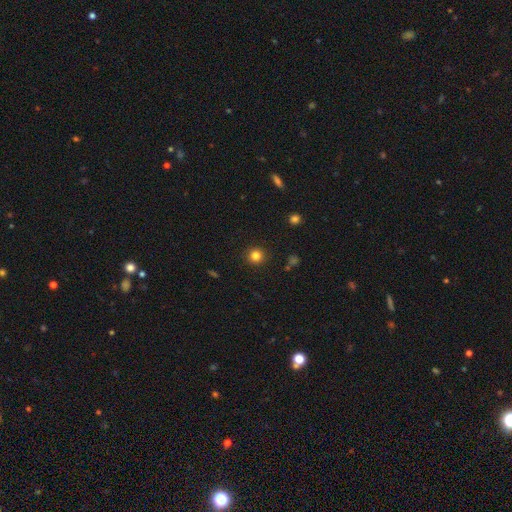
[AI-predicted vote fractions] Smooth or featured: smooth — 82% (star or artifact — 13%)
How rounded: round — 93% (in between — 6%)
Merging: none — 92% (minor disturbance — 5%)